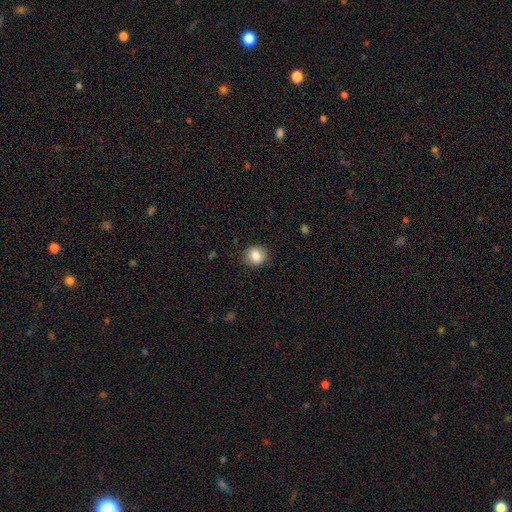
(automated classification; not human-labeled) Smooth or featured: smooth — 85% (star or artifact — 9%)
How rounded: round — 77% (in between — 22%)
Merging: none — 88% (minor disturbance — 9%)